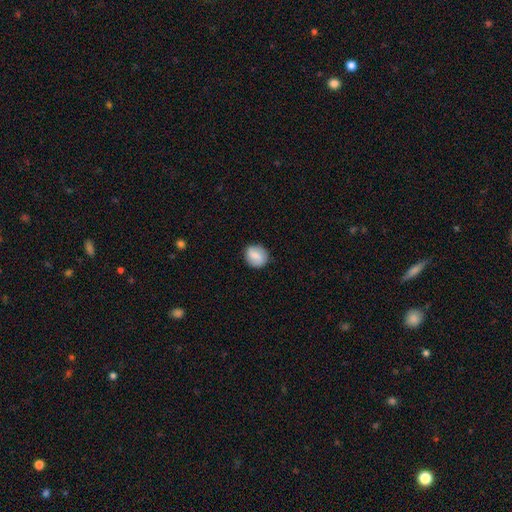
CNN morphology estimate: smooth-or-featured: smooth: 75% | featured or disk: 18% | star or artifact: 7%
  how-rounded: round: 75% | in between: 24% | cigar-shaped: 1%
  merging: none: 85% | minor disturbance: 11% | major disturbance: 3% | merger: 1%